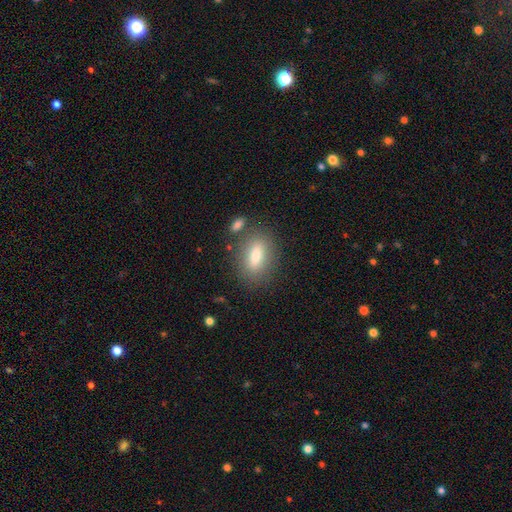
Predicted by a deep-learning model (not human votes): A smooth galaxy with no disk features (74%) that is in between round and cigar-shaped (77%). Merging: none (79%).